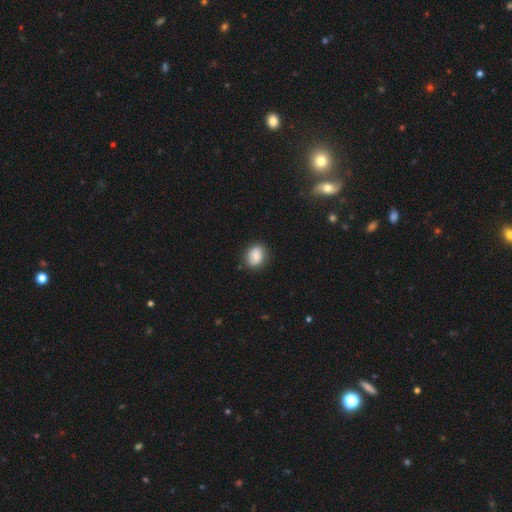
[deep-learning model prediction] smooth-or-featured: smooth: 80% | featured or disk: 12% | star or artifact: 8%
  how-rounded: round: 52% | in between: 47% | cigar-shaped: 1%
  merging: none: 80% | minor disturbance: 15% | major disturbance: 3% | merger: 1%